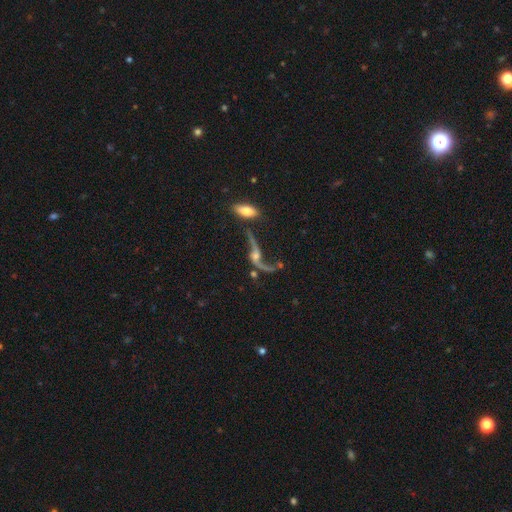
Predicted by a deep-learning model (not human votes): A featured or disk galaxy (83%) with no bar (62%), 2 (88%) loose (94%) spiral arms (90%) and a small central bulge (41%).

Vote fractions:
- Smooth or featured? featured or disk: 83% / star or artifact: 9% / smooth: 8%
- Edge-on disk? no: 84% / yes: 16%
- Bar? no: 62% / weak: 27% / strong: 11%
- Spiral arms? yes: 90% / no: 10%
- Spiral winding? loose: 94% / medium: 4% / tight: 2%
- Spiral arm count? 2: 88% / 1: 7% / can't tell: 2% / 3: 1% / 4: 1% / more than 4: 1%
- Bulge size? small: 41% / moderate: 39% / none: 11% / large: 7% / dominant: 3%
- Merging? none: 48% / major disturbance: 20% / minor disturbance: 17% / merger: 15%